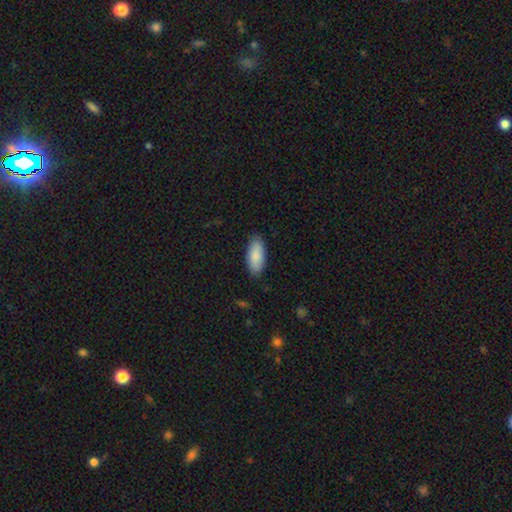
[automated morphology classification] A smooth galaxy with no disk features (88%) that is in between round and cigar-shaped (87%). Merging: none (86%).